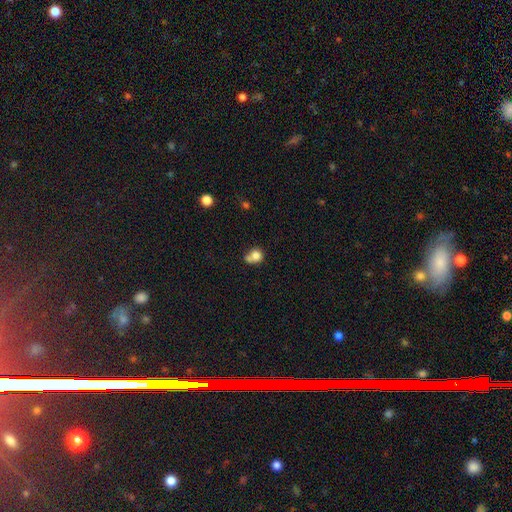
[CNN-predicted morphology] Smooth or featured? smooth (78%)
How rounded? round (76%)
Merging? merger (40%)